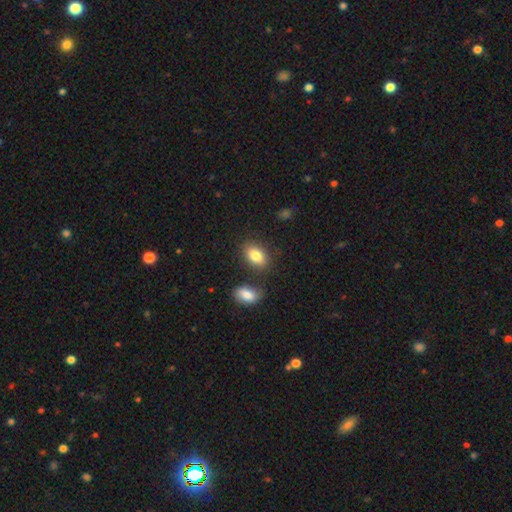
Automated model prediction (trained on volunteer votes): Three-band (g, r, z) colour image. It shows a smooth galaxy with no disk features (84%) that is in between round and cigar-shaped (87%). Merging: none (76%).